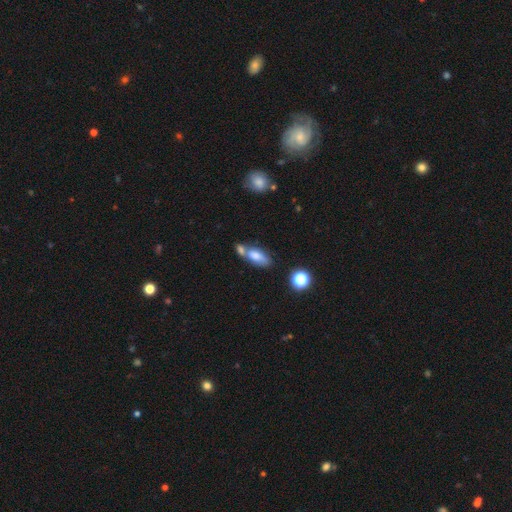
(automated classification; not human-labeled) Smooth or featured? Predicted: smooth (p=0.72). How rounded? Predicted: in between (p=0.80). Merging? Predicted: merger (p=0.47).